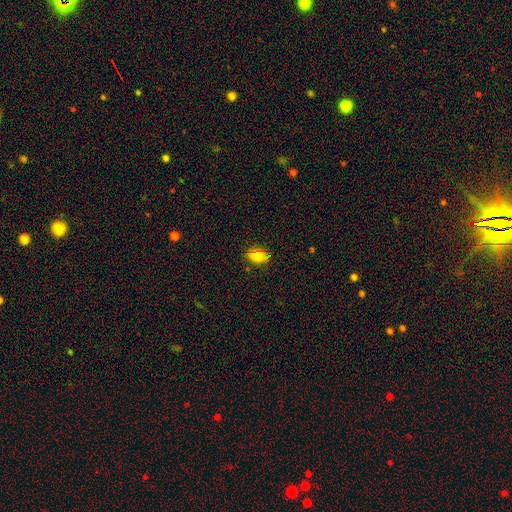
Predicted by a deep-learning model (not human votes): The model was most divided on "how rounded": in between: 78%, round: 20%, cigar-shaped: 2%. More confident: smooth or featured — smooth (83%); merging — none (80%).